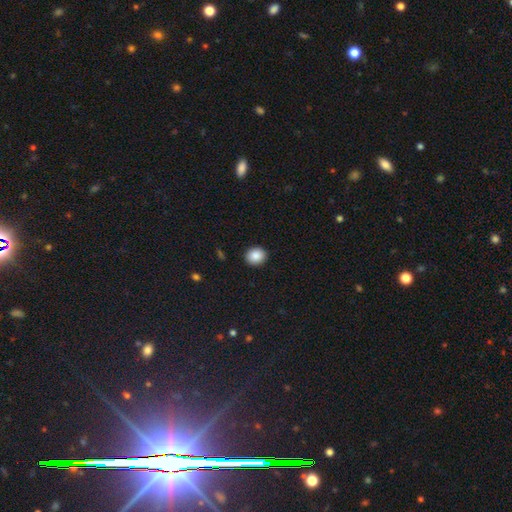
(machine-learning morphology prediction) Q: Smooth or featured?
A: smooth (88%); runner-up: star or artifact (9%)
Q: How rounded?
A: round (74%); runner-up: in between (25%)
Q: Merging?
A: none (91%); runner-up: minor disturbance (6%)